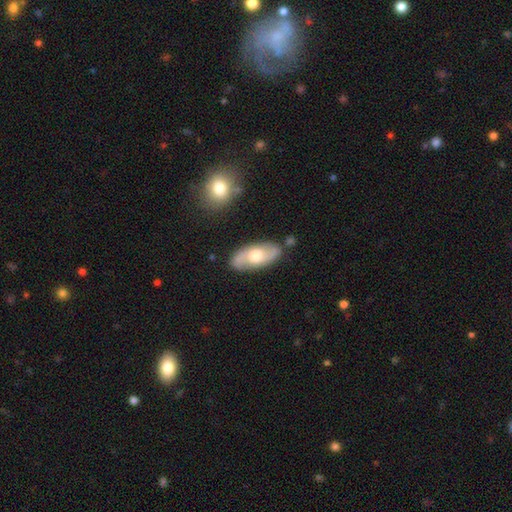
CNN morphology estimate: The model was most divided on "smooth or featured": featured or disk: 62%, smooth: 32%, star or artifact: 6%. More confident: edge-on disk — no (89%); merging — none (82%); spiral arms — yes (81%); bulge size — moderate (69%); bar — no (63%).